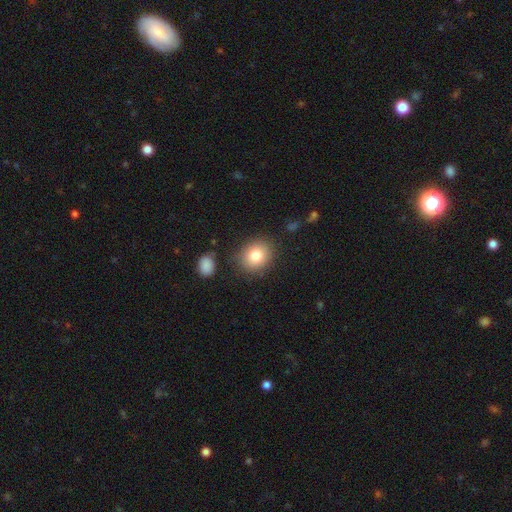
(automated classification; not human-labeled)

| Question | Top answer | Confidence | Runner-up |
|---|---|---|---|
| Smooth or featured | smooth | 81% | star or artifact (10%) |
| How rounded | round | 68% | in between (31%) |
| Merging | none | 83% | minor disturbance (10%) |